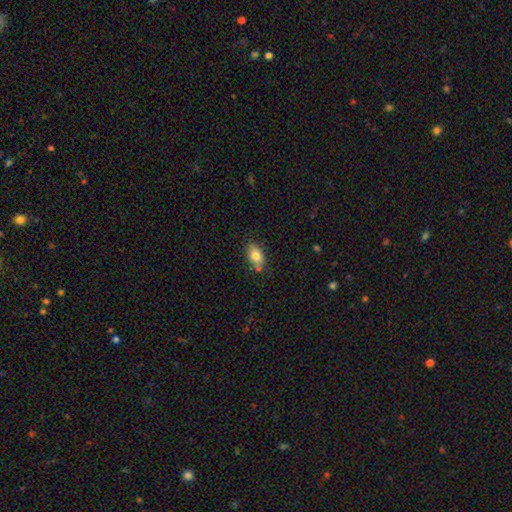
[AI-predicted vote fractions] This appears to be a smooth galaxy with no disk features (81%) that is in between round and cigar-shaped (88%). Merging: none (71%).